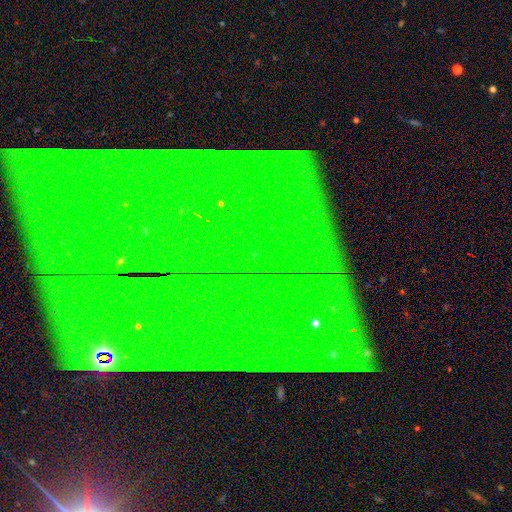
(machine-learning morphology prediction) Smooth or featured? Predicted: star or artifact (p=0.84).